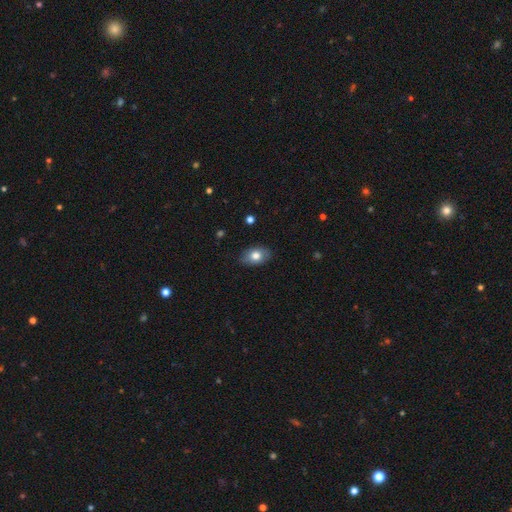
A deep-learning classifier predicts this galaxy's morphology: Smooth or featured: smooth — 78% (featured or disk — 15%)
How rounded: in between — 85% (round — 14%)
Merging: none — 83% (minor disturbance — 13%)